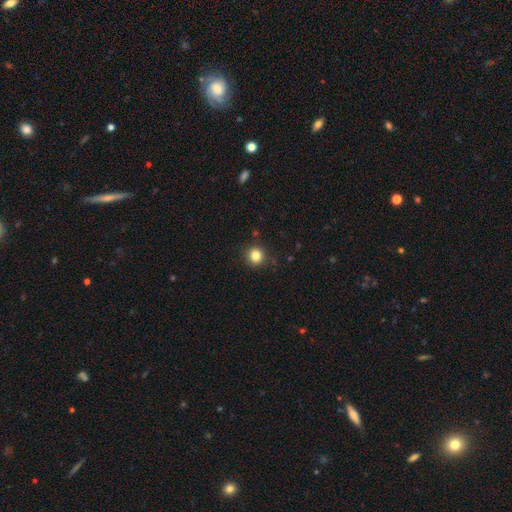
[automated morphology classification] Smooth or featured?
  - smooth: 83% *
  - star or artifact: 12%
  - featured or disk: 5%
How rounded?
  - round: 92% *
  - in between: 7%
  - cigar-shaped: 1%
Merging?
  - none: 88% *
  - minor disturbance: 8%
  - major disturbance: 2%
  - merger: 1%